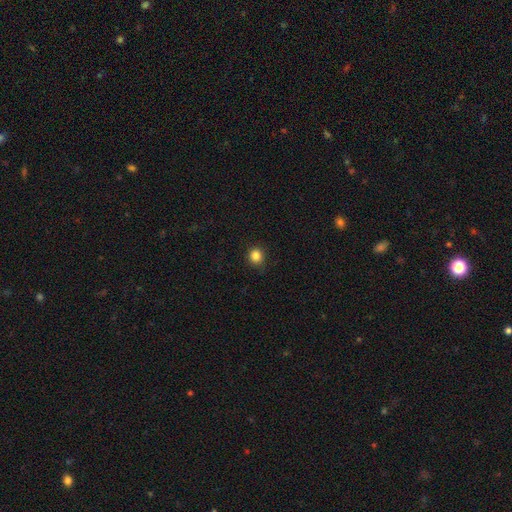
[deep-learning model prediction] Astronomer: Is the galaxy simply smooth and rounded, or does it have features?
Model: smooth — 84%.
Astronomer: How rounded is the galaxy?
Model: round — 89%.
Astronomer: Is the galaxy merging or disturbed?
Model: none — 89%.